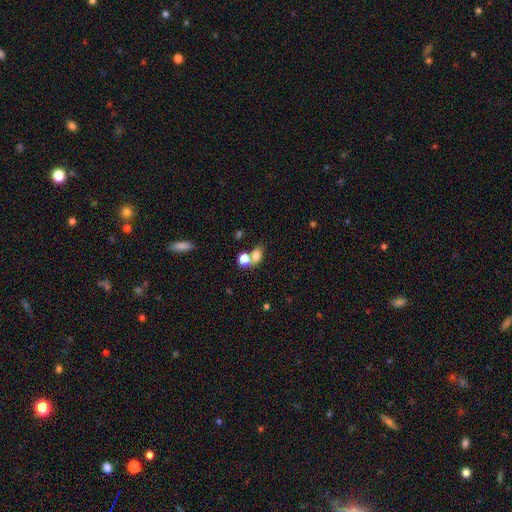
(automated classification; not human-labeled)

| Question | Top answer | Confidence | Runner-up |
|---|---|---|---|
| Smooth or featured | smooth | 77% | star or artifact (13%) |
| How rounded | in between | 65% | round (33%) |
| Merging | merger | 43% | none (42%) |